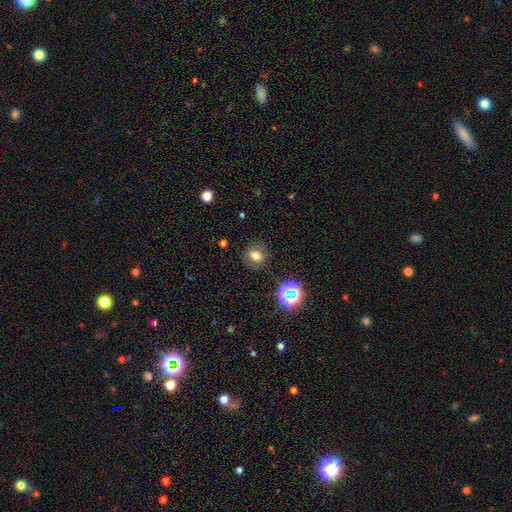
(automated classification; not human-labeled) Overall: smooth (66%). How rounded: round (60%; in between 39%). Merging: none (83%).